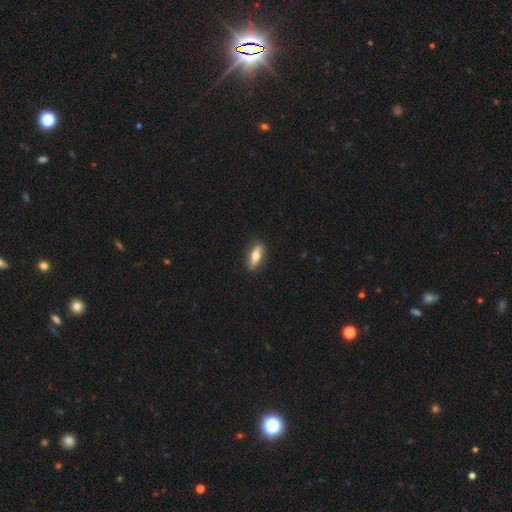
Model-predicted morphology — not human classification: Smooth or featured? Predicted: smooth (p=0.57). How rounded? Predicted: in between (p=0.59). Merging? Predicted: none (p=0.86).